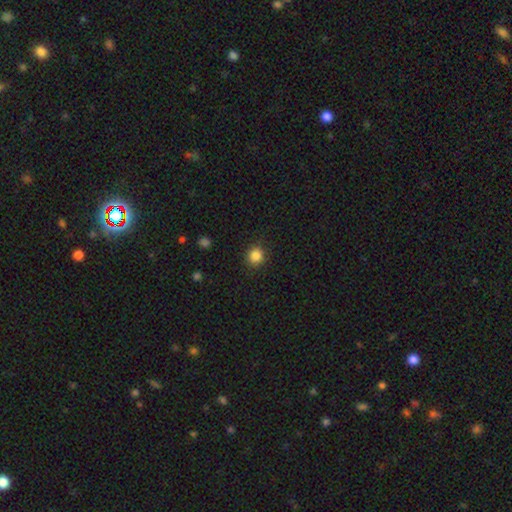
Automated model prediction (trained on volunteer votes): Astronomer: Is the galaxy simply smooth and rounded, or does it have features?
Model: smooth — 85%.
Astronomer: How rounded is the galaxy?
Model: round — 90%.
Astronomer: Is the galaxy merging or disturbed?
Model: none — 89%.